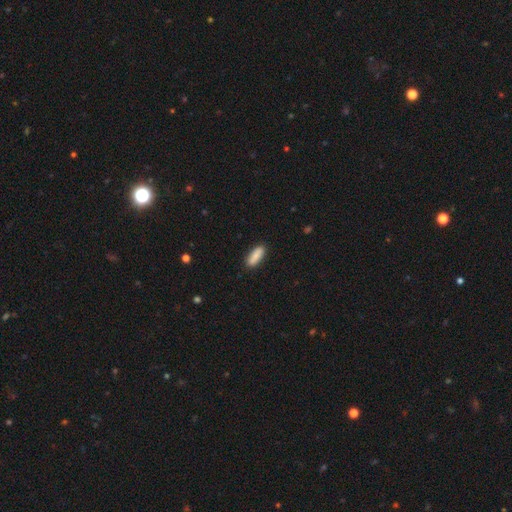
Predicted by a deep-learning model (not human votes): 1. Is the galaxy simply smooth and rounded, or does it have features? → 87% smooth, 7% featured or disk, 6% star or artifact.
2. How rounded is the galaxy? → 60% in between, 38% cigar-shaped, 2% round.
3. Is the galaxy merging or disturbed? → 88% none, 9% minor disturbance, 2% major disturbance, 1% merger.